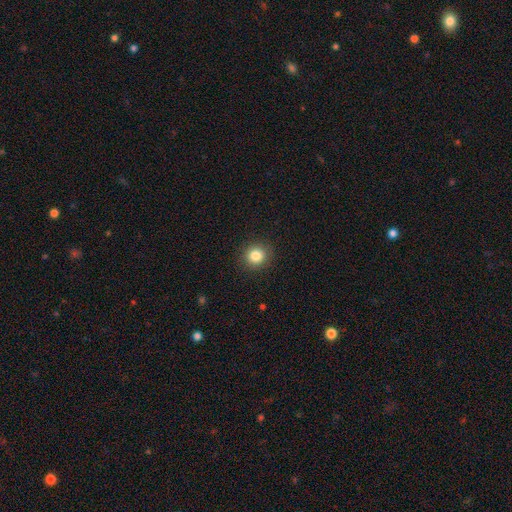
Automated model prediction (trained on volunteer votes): Q: Smooth or featured?
A: smooth (84%); runner-up: star or artifact (11%)
Q: How rounded?
A: round (87%); runner-up: in between (12%)
Q: Merging?
A: none (91%); runner-up: minor disturbance (6%)